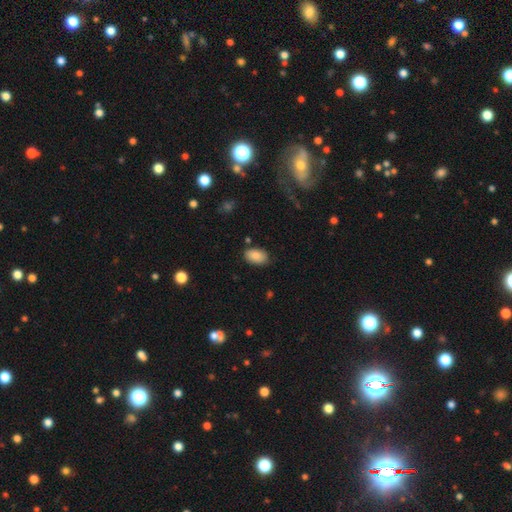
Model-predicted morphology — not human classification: smooth 86%, star or artifact 7%, featured or disk 7%. Down the decision tree: how rounded — in between (92%); merging — none (83%).